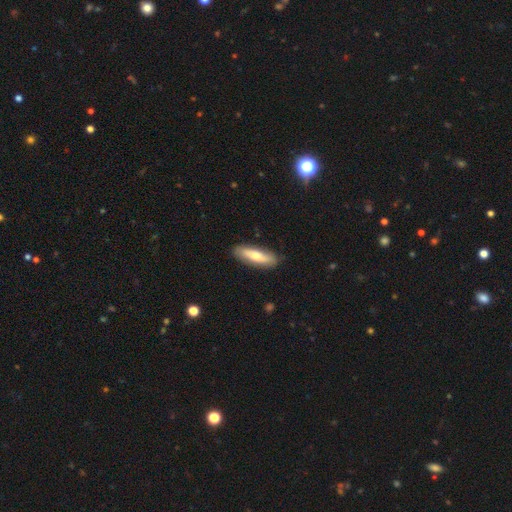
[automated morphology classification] Smooth or featured: smooth — 62% (featured or disk — 32%)
How rounded: cigar-shaped — 53% (in between — 45%)
Merging: none — 87% (minor disturbance — 10%)